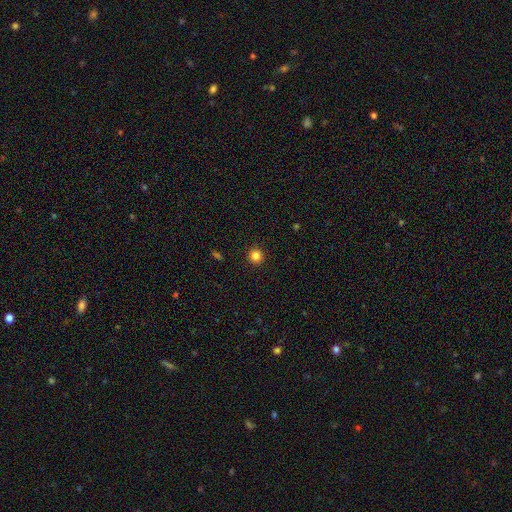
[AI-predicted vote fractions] Overall: smooth (84%). How rounded: round (94%). Merging: none (93%).